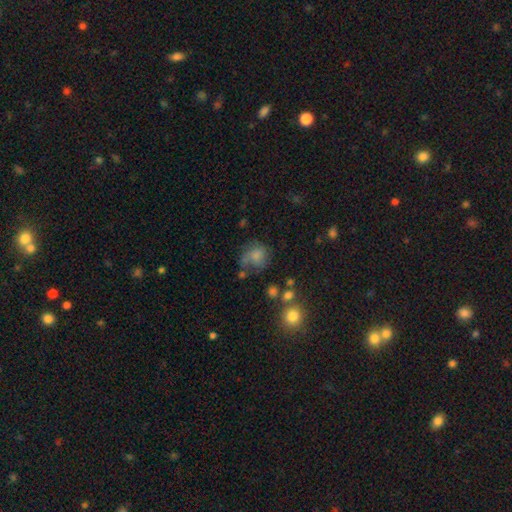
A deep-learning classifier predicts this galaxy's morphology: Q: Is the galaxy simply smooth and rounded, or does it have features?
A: smooth — 67%.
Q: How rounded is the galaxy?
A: round — 63%.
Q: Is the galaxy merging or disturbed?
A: none — 39%.